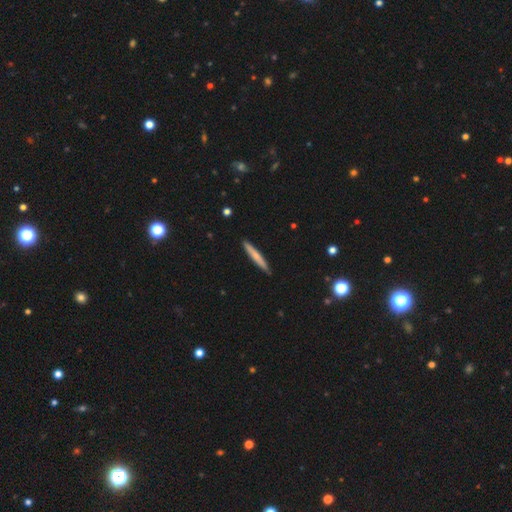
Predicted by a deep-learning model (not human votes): smooth_or_featured: smooth (p=0.66) [alt: featured or disk p=0.28]
how_rounded: cigar-shaped (p=0.95) [alt: in between p=0.03]
merging: none (p=0.89) [alt: minor disturbance p=0.08]